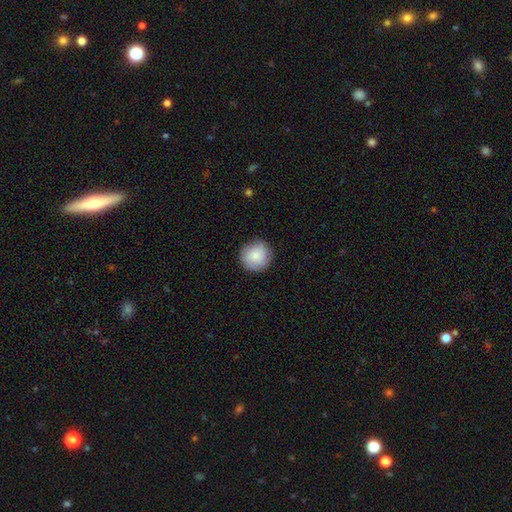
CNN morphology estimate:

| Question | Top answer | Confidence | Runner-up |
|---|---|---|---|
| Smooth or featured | smooth | 84% | featured or disk (9%) |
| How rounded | round | 93% | in between (6%) |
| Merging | none | 87% | minor disturbance (9%) |